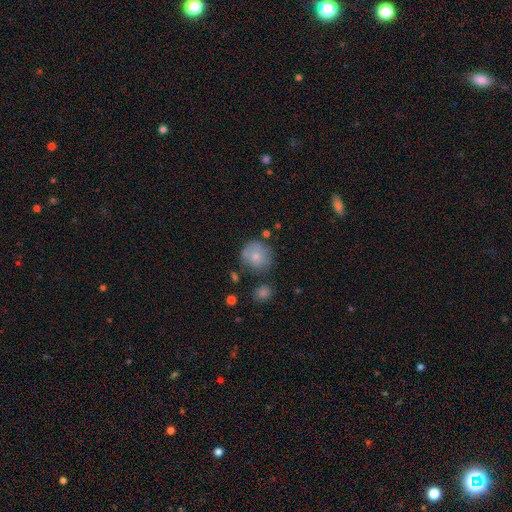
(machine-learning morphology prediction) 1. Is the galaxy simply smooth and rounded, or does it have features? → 73% smooth, 19% featured or disk, 9% star or artifact.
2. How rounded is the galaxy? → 89% round, 10% in between, 1% cigar-shaped.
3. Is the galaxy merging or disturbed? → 63% none, 22% minor disturbance, 8% major disturbance, 7% merger.